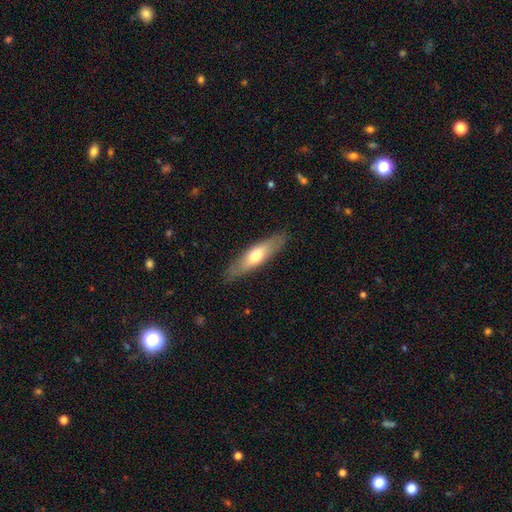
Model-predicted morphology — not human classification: A smooth galaxy with no disk features (59%) that is cigar-shaped (61%). Merging: none (84%).